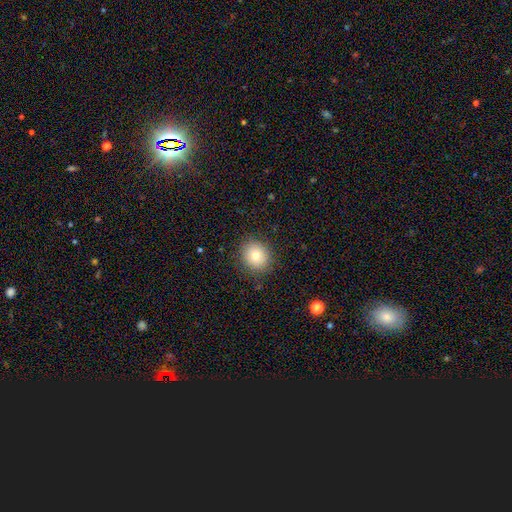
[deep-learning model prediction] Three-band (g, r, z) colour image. It shows a smooth galaxy with no disk features (77%) that is round (81%). Merging: none (88%).